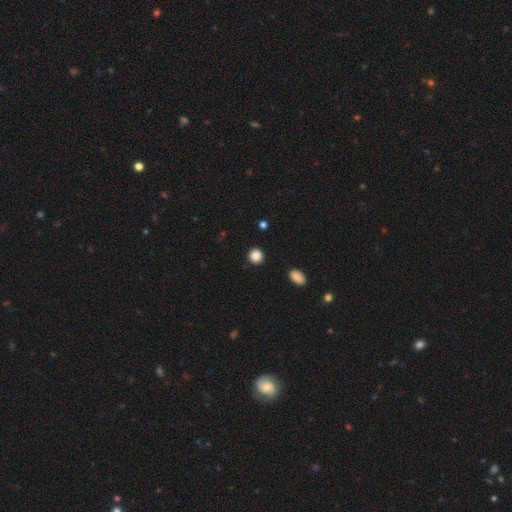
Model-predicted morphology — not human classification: smooth_or_featured: smooth (p=0.87) [alt: star or artifact p=0.10]
how_rounded: round (p=0.93) [alt: in between p=0.06]
merging: none (p=0.91) [alt: minor disturbance p=0.05]